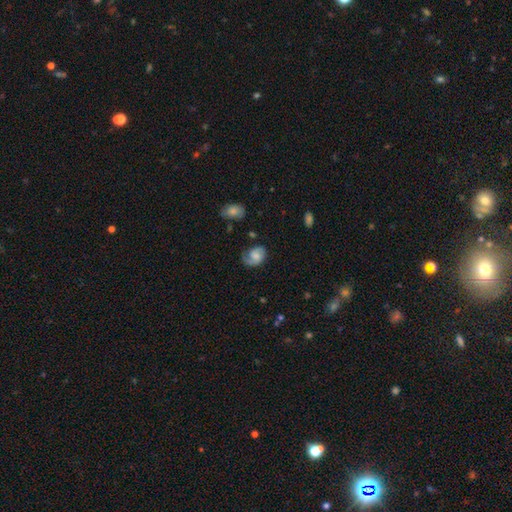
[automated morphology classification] This appears to be a featured or disk galaxy (51%). Merging: none (56%).